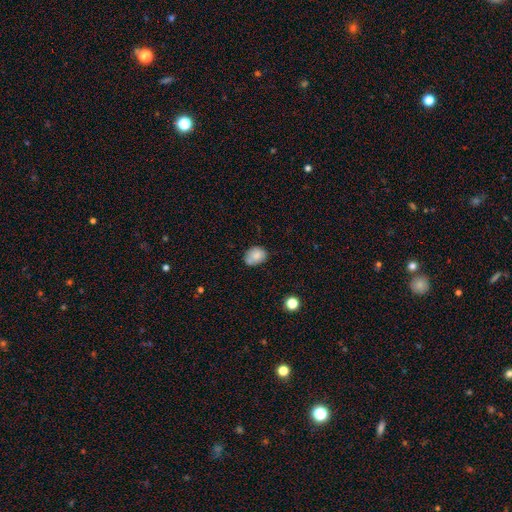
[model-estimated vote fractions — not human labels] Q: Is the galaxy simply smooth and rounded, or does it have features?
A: smooth — 79%.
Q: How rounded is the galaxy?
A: in between — 58%.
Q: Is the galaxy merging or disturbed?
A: none — 60%.